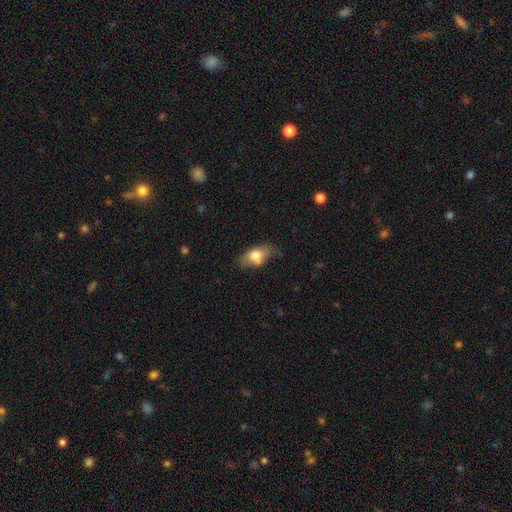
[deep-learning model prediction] smooth_or_featured: smooth (p=0.70) [alt: featured or disk p=0.22]
how_rounded: in between (p=0.85) [alt: cigar-shaped p=0.07]
merging: none (p=0.52) [alt: minor disturbance p=0.32]